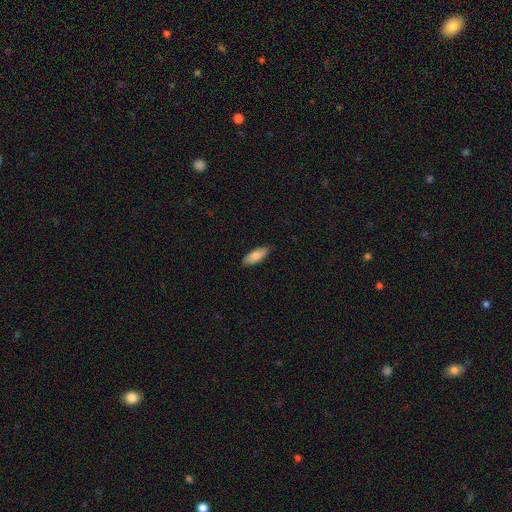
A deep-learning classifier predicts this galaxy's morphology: type=smooth (83%); roundness=in between (79%); merging=none (86%).